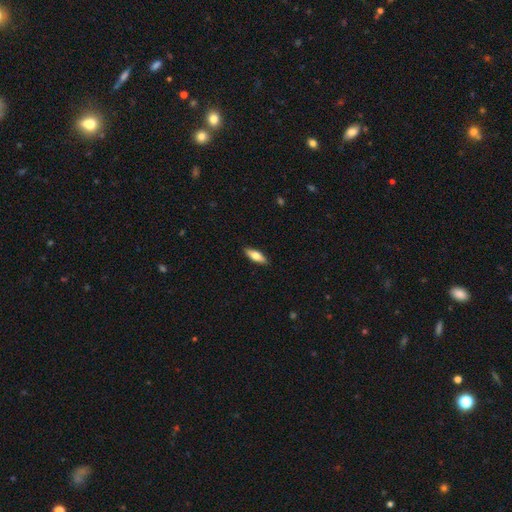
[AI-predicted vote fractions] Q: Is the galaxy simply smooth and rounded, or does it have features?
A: smooth — 69%.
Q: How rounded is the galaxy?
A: in between — 61%.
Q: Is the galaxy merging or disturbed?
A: none — 89%.